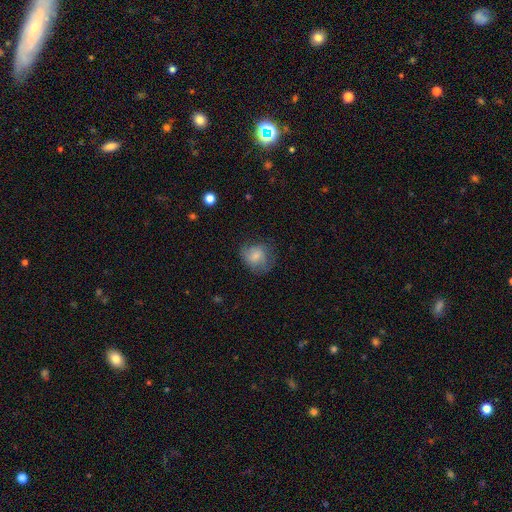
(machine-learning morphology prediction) Smooth or featured: smooth — 65% (featured or disk — 26%)
How rounded: round — 65% (in between — 34%)
Merging: none — 56% (minor disturbance — 27%)